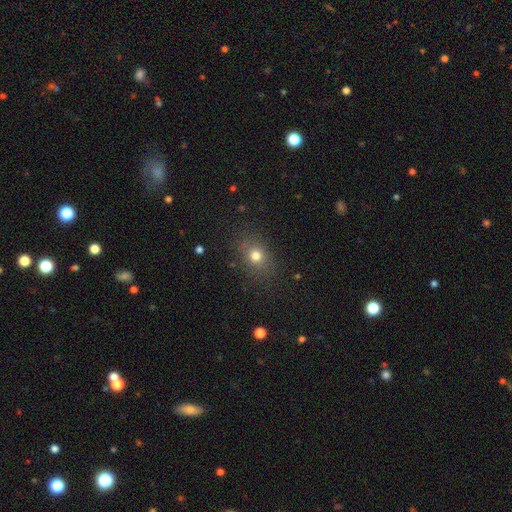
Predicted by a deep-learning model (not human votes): A smooth galaxy with no disk features (76%) that is round (52%). Merging: none (83%).